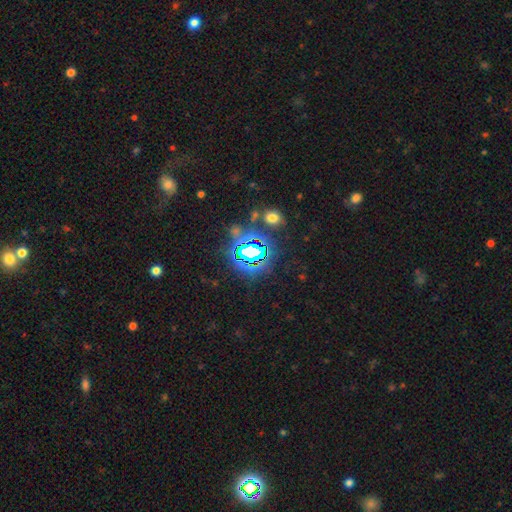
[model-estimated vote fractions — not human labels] A star or artifact, not a galaxy (76%).